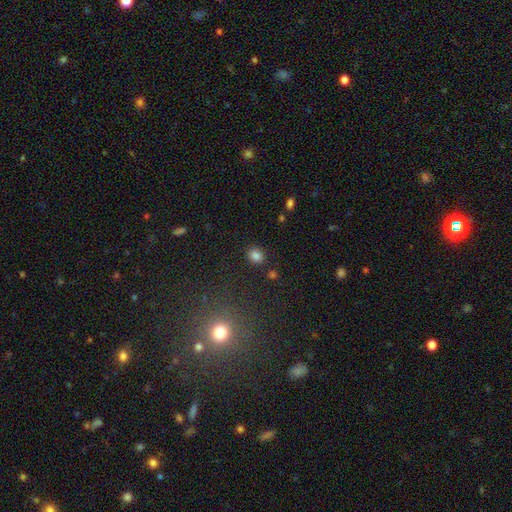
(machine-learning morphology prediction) Overall: smooth (83%). How rounded: round (66%; in between 33%). Merging: none (84%).